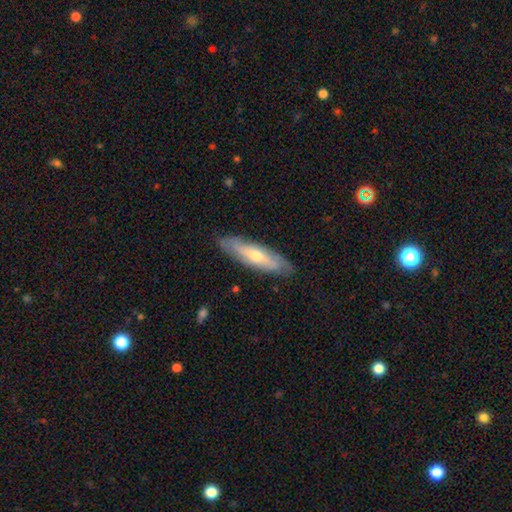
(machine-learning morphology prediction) Smooth or featured? featured or disk (55%)
Edge-on disk? yes (51%)
Merging? none (85%)